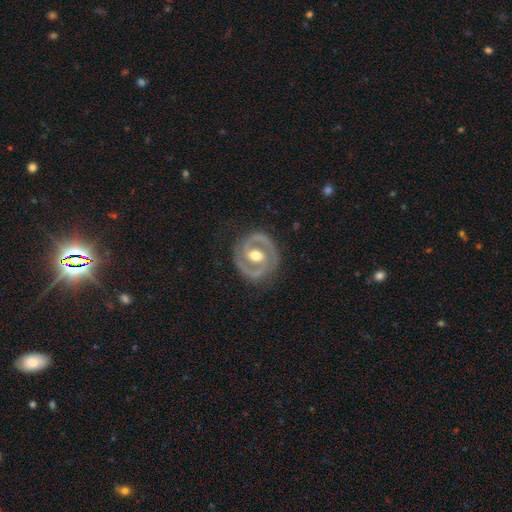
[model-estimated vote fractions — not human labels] Q: Smooth or featured?
A: featured or disk (87%); runner-up: smooth (9%)
Q: Edge-on disk?
A: no (97%); runner-up: yes (3%)
Q: Bar?
A: weak (41%); runner-up: no (38%)
Q: Spiral arms?
A: yes (89%); runner-up: no (11%)
Q: Spiral winding?
A: tight (47%); runner-up: medium (44%)
Q: Spiral arm count?
A: 2 (88%); runner-up: 1 (4%)
Q: Bulge size?
A: moderate (77%); runner-up: small (11%)
Q: Merging?
A: none (82%); runner-up: minor disturbance (13%)